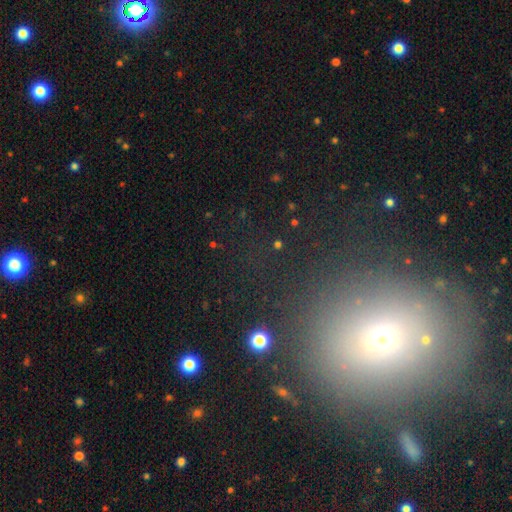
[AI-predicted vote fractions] Q: Smooth or featured?
A: smooth (43%); runner-up: star or artifact (42%)
Q: Merging?
A: none (76%); runner-up: minor disturbance (11%)